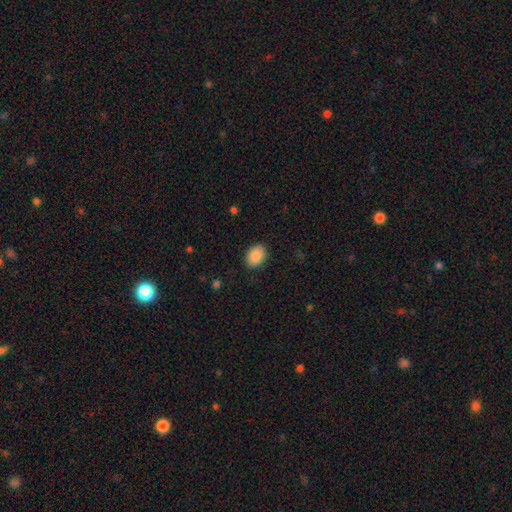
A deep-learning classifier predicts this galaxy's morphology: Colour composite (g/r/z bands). It shows a smooth galaxy with no disk features (89%) that is in between round and cigar-shaped (72%). Merging: none (87%).